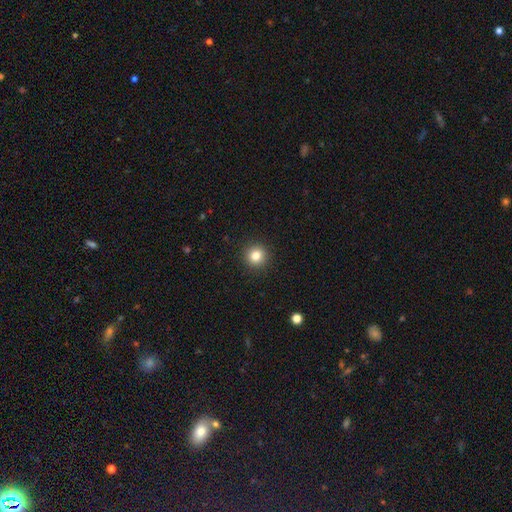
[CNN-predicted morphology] Q: Smooth or featured?
A: smooth (81%); runner-up: star or artifact (12%)
Q: How rounded?
A: round (94%); runner-up: in between (5%)
Q: Merging?
A: none (93%); runner-up: minor disturbance (5%)